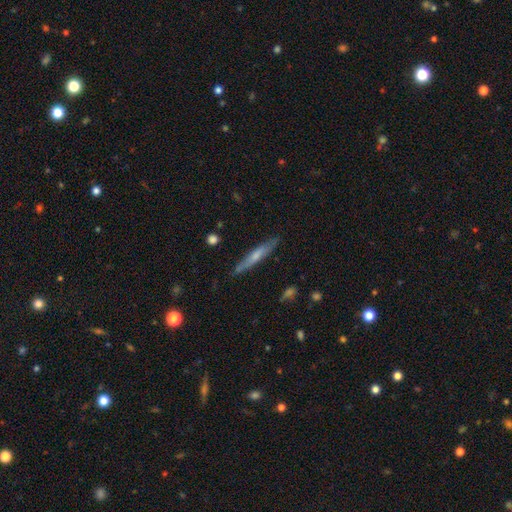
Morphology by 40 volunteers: Overall: featured or disk (55%; smooth 35%). Edge-on disk: yes (91%). Edge-on bulge: none (60%; rounded 40%). Merging: none (86%).